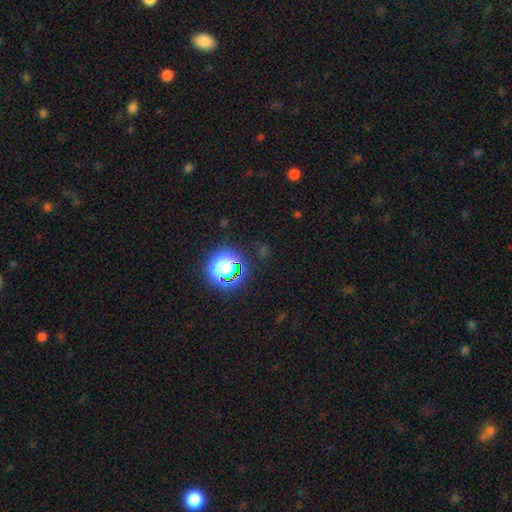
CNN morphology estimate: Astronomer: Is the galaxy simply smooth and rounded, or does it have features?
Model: star or artifact — 78%.